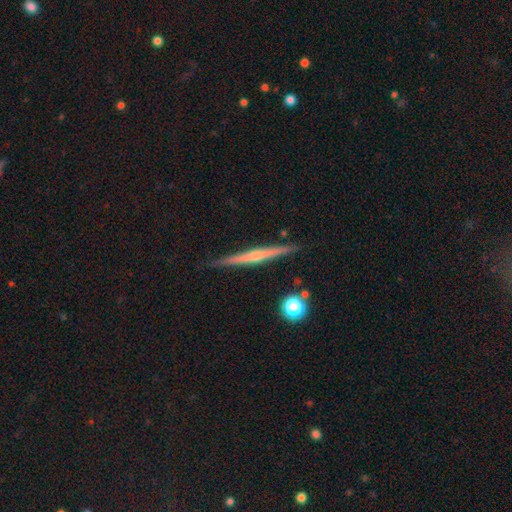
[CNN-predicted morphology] Q: Smooth or featured?
A: featured or disk (73%); runner-up: smooth (19%)
Q: Edge-on disk?
A: yes (98%); runner-up: no (2%)
Q: Edge-on bulge?
A: rounded (66%); runner-up: none (27%)
Q: Merging?
A: none (90%); runner-up: minor disturbance (7%)